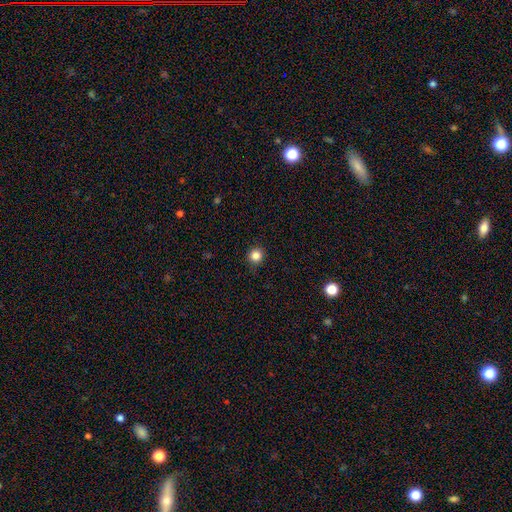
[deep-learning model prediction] The model was most divided on "smooth or featured": smooth: 84%, star or artifact: 12%, featured or disk: 4%. More confident: how rounded — round (91%); merging — none (89%).